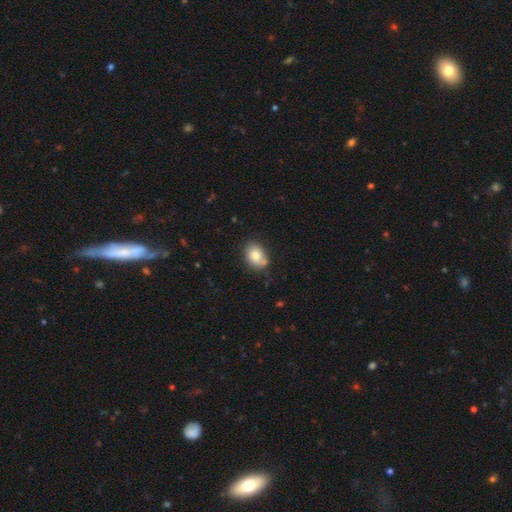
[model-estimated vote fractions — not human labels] Smooth or featured? Predicted: smooth (p=0.79). How rounded? Predicted: in between (p=0.67). Merging? Predicted: none (p=0.64).